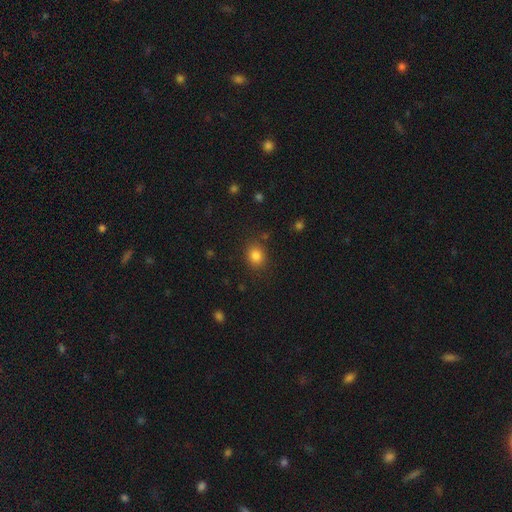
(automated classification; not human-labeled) smooth 83%, star or artifact 12%, featured or disk 5%. Down the decision tree: how rounded — round (67%); merging — none (84%).